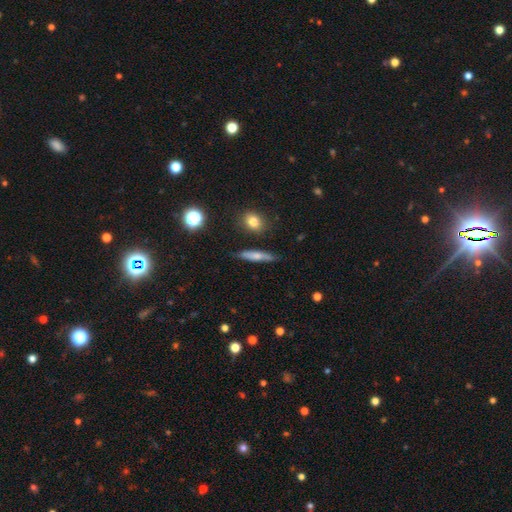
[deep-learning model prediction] A smooth galaxy with no disk features (62%) that is cigar-shaped (80%).

Vote fractions:
- Smooth or featured? smooth: 62% / featured or disk: 29% / star or artifact: 9%
- How rounded? cigar-shaped: 80% / in between: 16% / round: 5%
- Merging? none: 80% / minor disturbance: 14% / major disturbance: 3% / merger: 3%